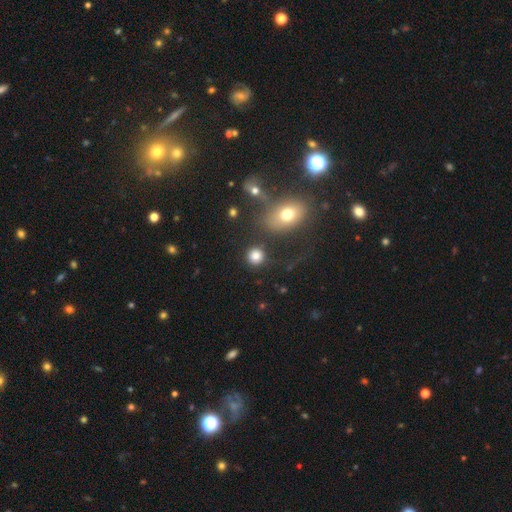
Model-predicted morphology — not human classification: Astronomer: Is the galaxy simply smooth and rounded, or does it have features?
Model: smooth — 82%.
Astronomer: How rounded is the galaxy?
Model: round — 89%.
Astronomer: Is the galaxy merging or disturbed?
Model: none — 80%.